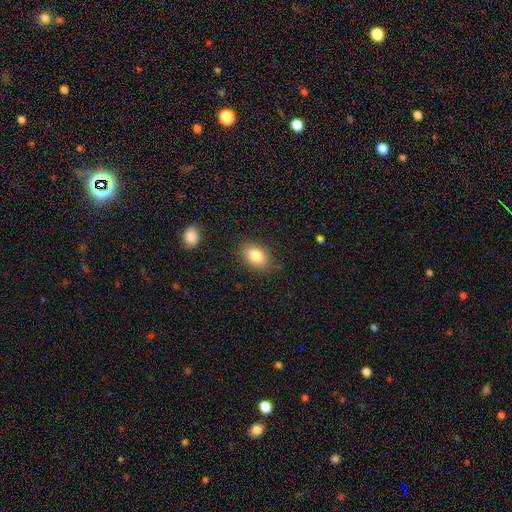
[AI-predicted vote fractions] Smooth or featured: smooth — 83% (featured or disk — 9%)
How rounded: in between — 90% (round — 8%)
Merging: none — 85% (minor disturbance — 10%)